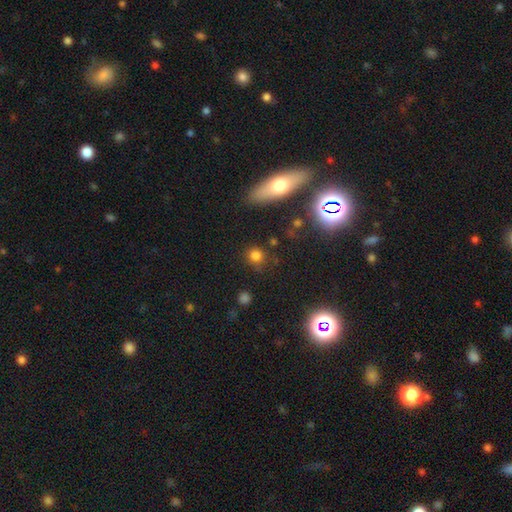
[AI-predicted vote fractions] Smooth or featured: smooth — 76% (star or artifact — 18%)
How rounded: round — 88% (in between — 10%)
Merging: none — 80% (minor disturbance — 11%)